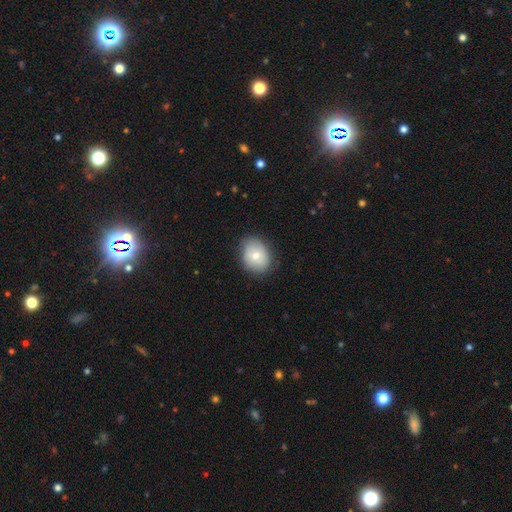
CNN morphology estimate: smooth 72%, featured or disk 20%, star or artifact 8%. Down the decision tree: how rounded — in between (53%); merging — none (80%).